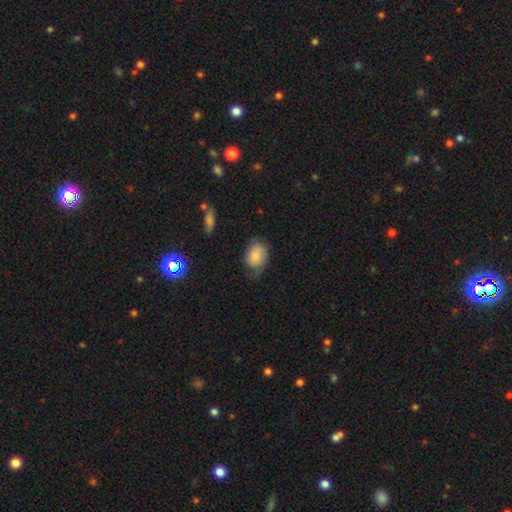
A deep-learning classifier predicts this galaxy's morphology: smooth 80%, featured or disk 12%, star or artifact 7%. Down the decision tree: how rounded — in between (72%); merging — none (54%).